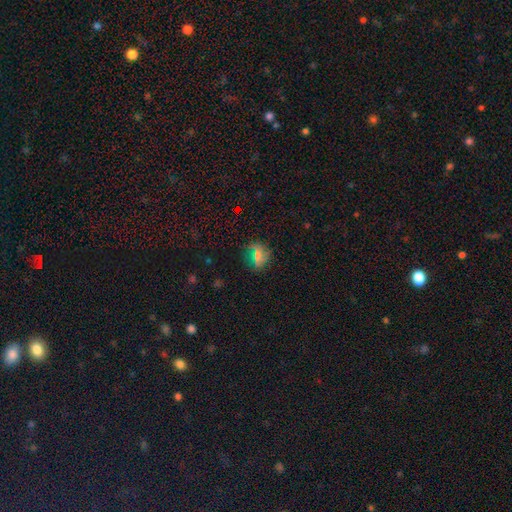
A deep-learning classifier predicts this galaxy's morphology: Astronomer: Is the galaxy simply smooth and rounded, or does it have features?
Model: smooth — 56%.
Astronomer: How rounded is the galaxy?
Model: round — 66%.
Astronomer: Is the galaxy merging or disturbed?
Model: none — 79%.